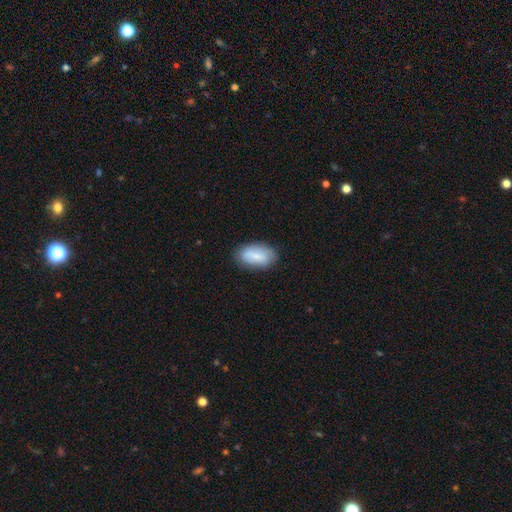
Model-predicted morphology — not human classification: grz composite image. It shows a smooth galaxy with no disk features (78%) that is in between round and cigar-shaped (93%). Merging: none (82%).